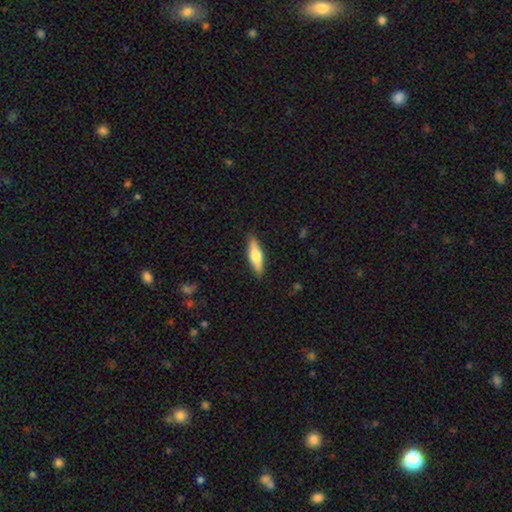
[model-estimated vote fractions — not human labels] smooth-or-featured: smooth: 58% | featured or disk: 36% | star or artifact: 6%
  how-rounded: cigar-shaped: 61% | in between: 37% | round: 2%
  merging: none: 89% | minor disturbance: 9% | major disturbance: 2% | merger: 1%